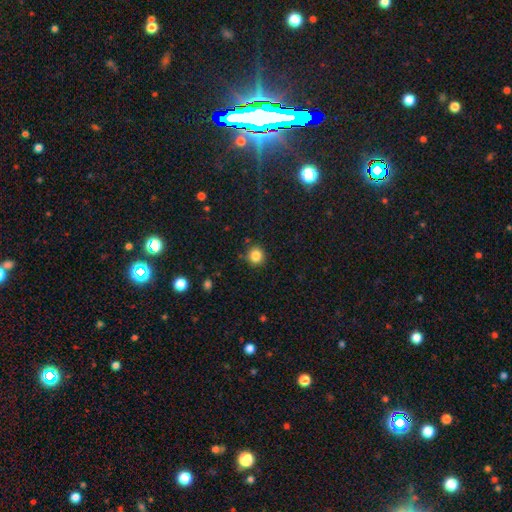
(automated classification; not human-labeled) Overall: smooth (84%). How rounded: round (90%). Merging: none (87%).